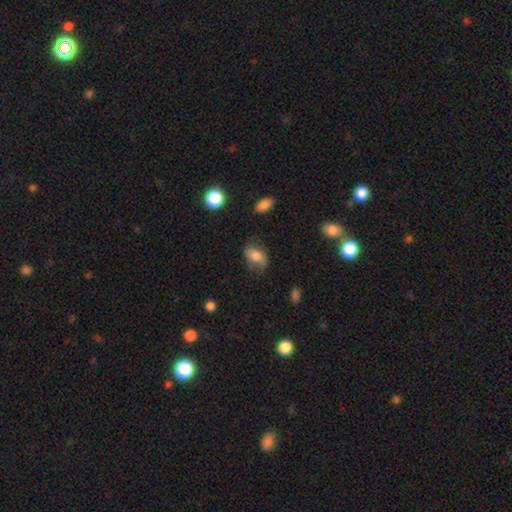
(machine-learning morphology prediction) Overall: smooth (61%; featured or disk 30%). How rounded: in between (80%). Merging: none (60%; minor disturbance 26%).